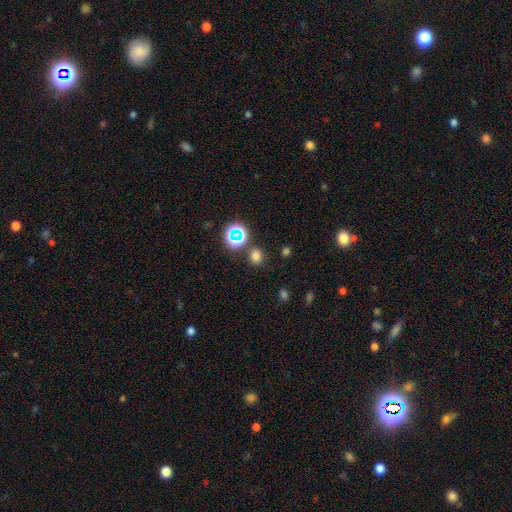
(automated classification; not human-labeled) Smooth or featured? Predicted: smooth (p=0.71). How rounded? Predicted: round (p=0.69). Merging? Predicted: none (p=0.80).